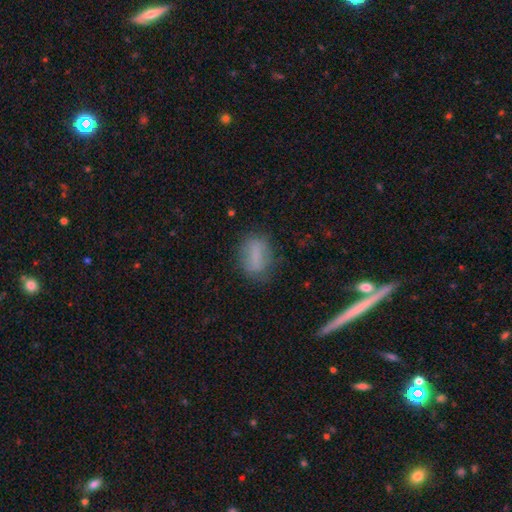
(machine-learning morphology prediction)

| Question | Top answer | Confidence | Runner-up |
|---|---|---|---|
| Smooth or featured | smooth | 73% | featured or disk (17%) |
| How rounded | in between | 75% | round (17%) |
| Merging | none | 74% | minor disturbance (18%) |